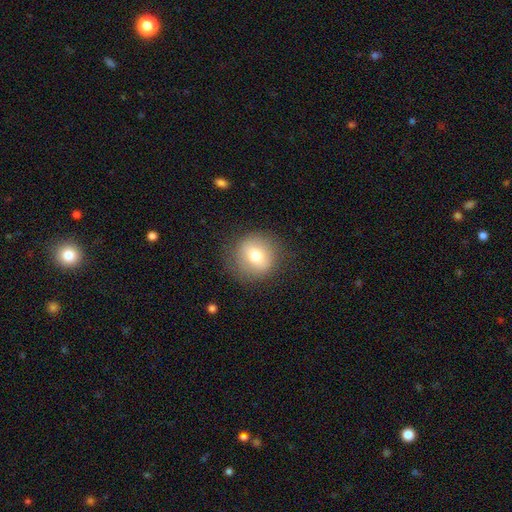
Smooth or featured? 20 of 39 (51%) said featured or disk. Edge-on disk? 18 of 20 (90%) said no. Bar? 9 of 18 (50%) said weak. Spiral arms? 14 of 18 (78%) said no. Bulge size? 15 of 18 (83%) said moderate. Merging? 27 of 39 (69%) said none.